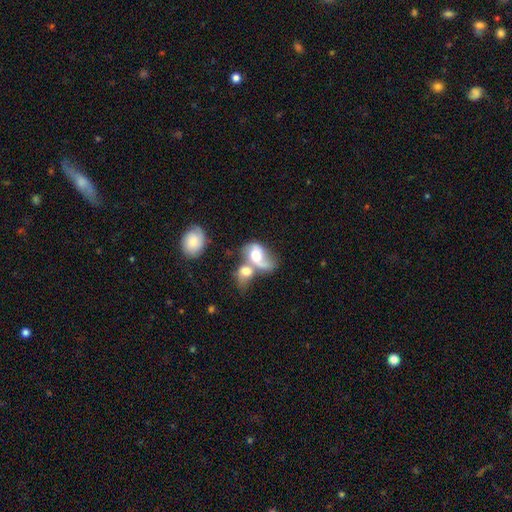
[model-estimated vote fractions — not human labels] Smooth or featured: featured or disk — 51% (smooth — 41%)
Edge-on disk: no — 96% (yes — 4%)
Merging: merger — 70% (major disturbance — 12%)